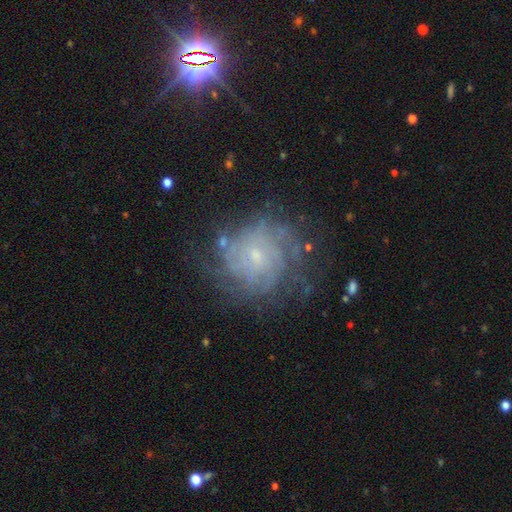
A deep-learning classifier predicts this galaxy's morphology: Overall: featured or disk (72%). Edge-on disk: no (97%). Bar: no (68%; weak 28%). Spiral arms: yes (86%). Spiral arm count: can't tell (54%). Spiral winding: tight (63%; medium 27%). Bulge size: small (73%). Merging: none (68%).